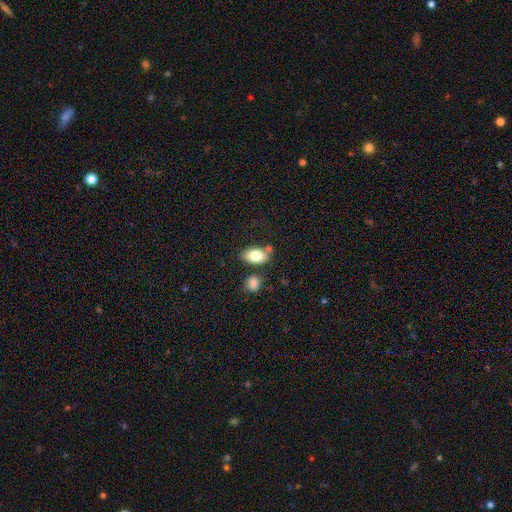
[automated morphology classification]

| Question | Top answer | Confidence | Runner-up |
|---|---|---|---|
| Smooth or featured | smooth | 81% | featured or disk (12%) |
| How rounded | in between | 91% | round (7%) |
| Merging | none | 70% | minor disturbance (14%) |